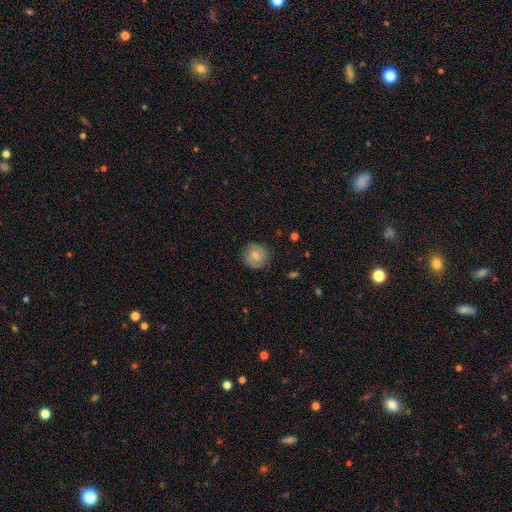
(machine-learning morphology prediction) Overall: smooth (65%; featured or disk 27%). How rounded: round (91%). Merging: none (84%).